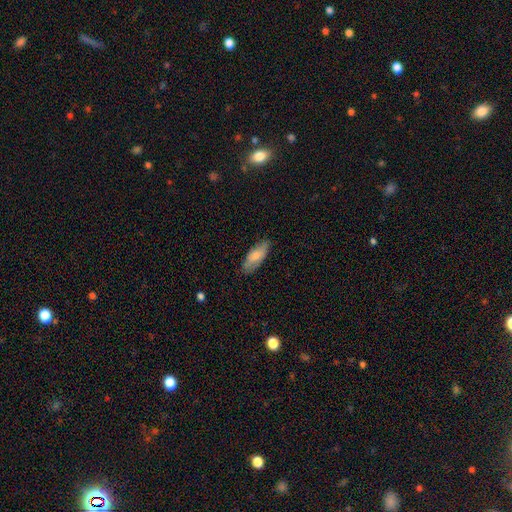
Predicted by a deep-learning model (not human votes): The model was most divided on "smooth or featured": smooth: 74%, featured or disk: 21%, star or artifact: 6%. More confident: merging — none (77%); how rounded — in between (77%).